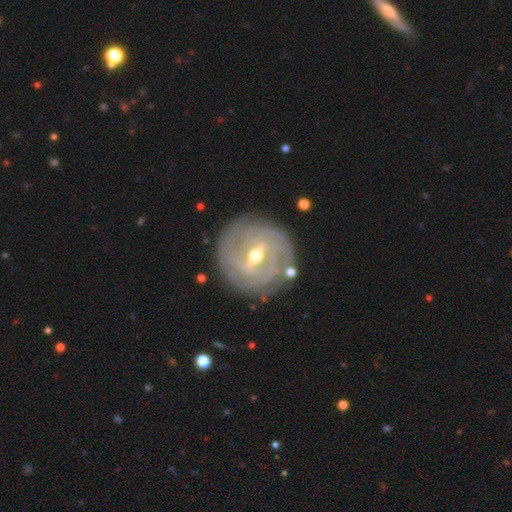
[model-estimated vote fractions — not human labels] featured or disk 88%, smooth 7%, star or artifact 5%. Down the decision tree: edge-on disk — no (95%); bar — strong (49%); spiral arms — yes (94%); spiral arm count — can't tell (32%); spiral winding — tight (83%); bulge size — moderate (64%); merging — none (83%).